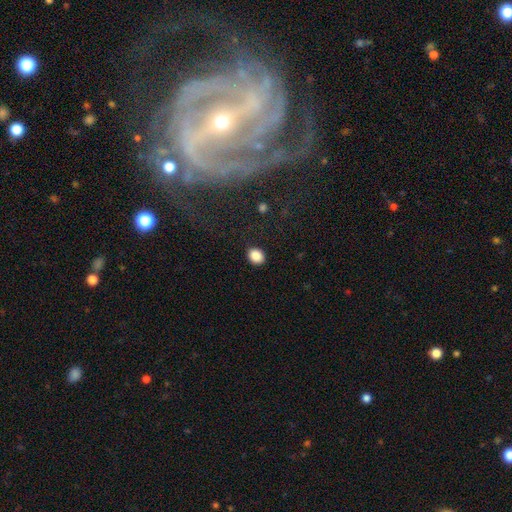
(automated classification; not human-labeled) Smooth or featured? Predicted: smooth (p=0.87). How rounded? Predicted: round (p=0.51). Merging? Predicted: none (p=0.86).